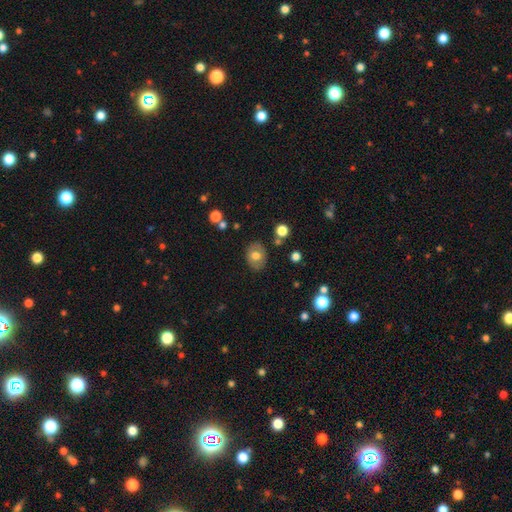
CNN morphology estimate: Smooth or featured: smooth — 68% (featured or disk — 23%)
How rounded: in between — 55% (round — 44%)
Merging: none — 83% (minor disturbance — 11%)